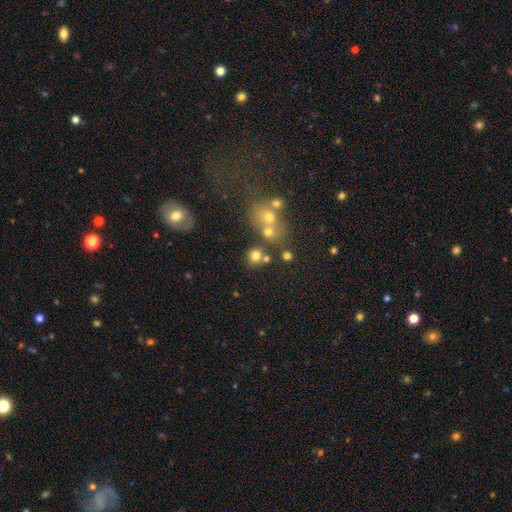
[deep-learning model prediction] Overall: smooth (72%). How rounded: round (85%). Merging: none (62%; merger 24%).